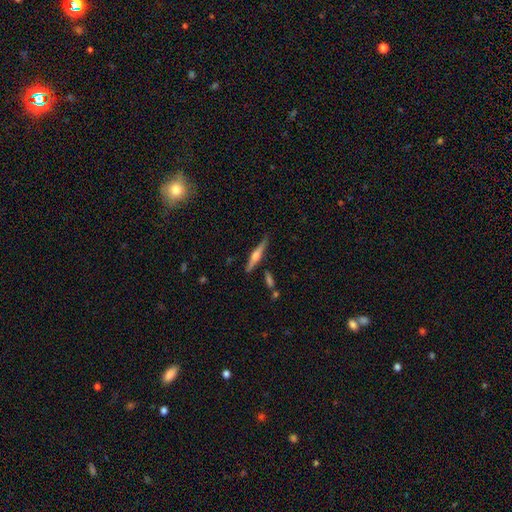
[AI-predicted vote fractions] A featured or disk galaxy (66%) viewed edge-on (97%) with a rounded central bulge (88%). Merging: none (85%).